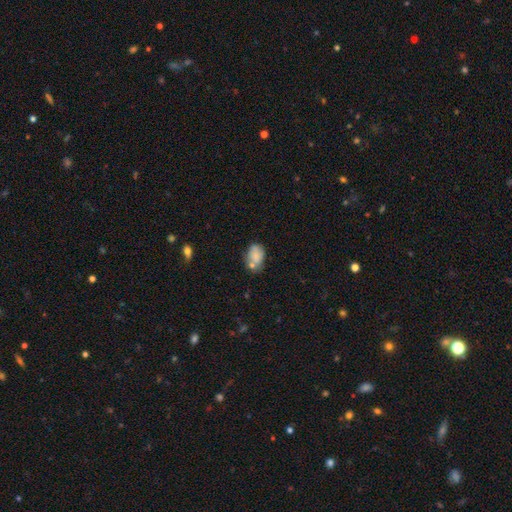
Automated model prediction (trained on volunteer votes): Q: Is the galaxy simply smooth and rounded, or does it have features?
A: smooth — 74%.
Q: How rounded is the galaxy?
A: in between — 81%.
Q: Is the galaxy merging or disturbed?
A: none — 48%.